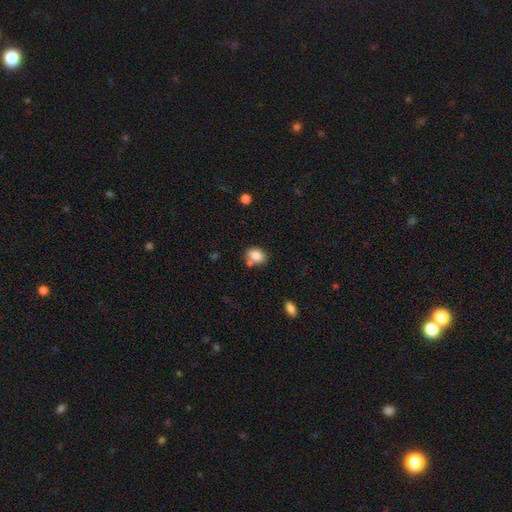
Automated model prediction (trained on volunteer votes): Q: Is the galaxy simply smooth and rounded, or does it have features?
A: smooth — 83%.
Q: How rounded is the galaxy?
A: in between — 69%.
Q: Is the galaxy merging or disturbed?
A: none — 61%.